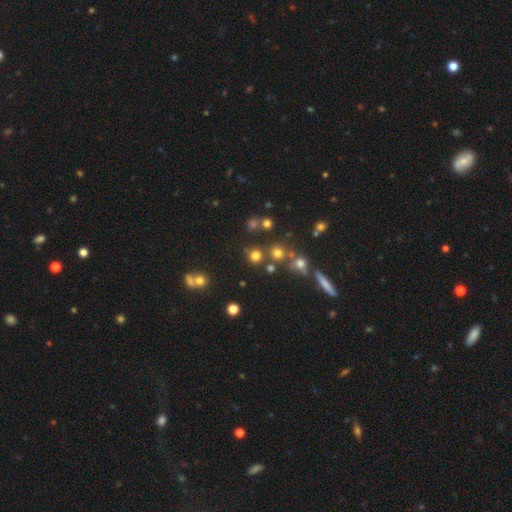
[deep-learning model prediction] Smooth or featured?
  - smooth: 72% *
  - star or artifact: 20%
  - featured or disk: 7%
How rounded?
  - round: 91% *
  - in between: 7%
  - cigar-shaped: 1%
Merging?
  - none: 77% *
  - merger: 12%
  - minor disturbance: 8%
  - major disturbance: 4%